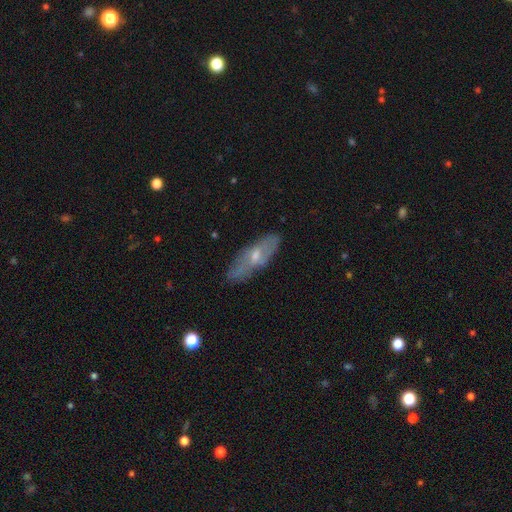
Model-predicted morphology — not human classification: Overall: featured or disk (54%; smooth 39%). Edge-on disk: no (62%; yes 38%). Merging: none (77%).